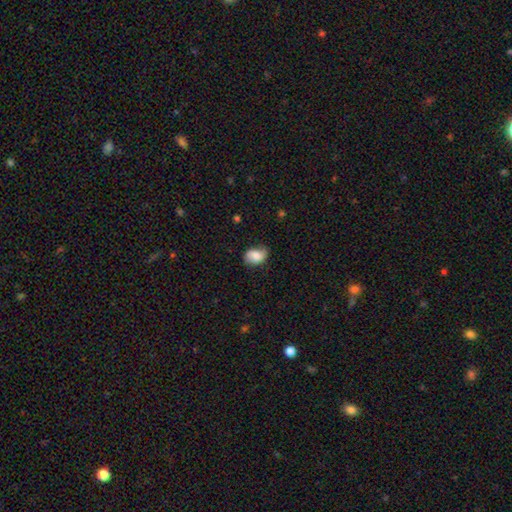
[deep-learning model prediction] Smooth or featured?
  - smooth: 70% *
  - featured or disk: 22%
  - star or artifact: 8%
How rounded?
  - in between: 81% *
  - round: 18%
  - cigar-shaped: 1%
Merging?
  - none: 69% *
  - minor disturbance: 24%
  - major disturbance: 5%
  - merger: 1%